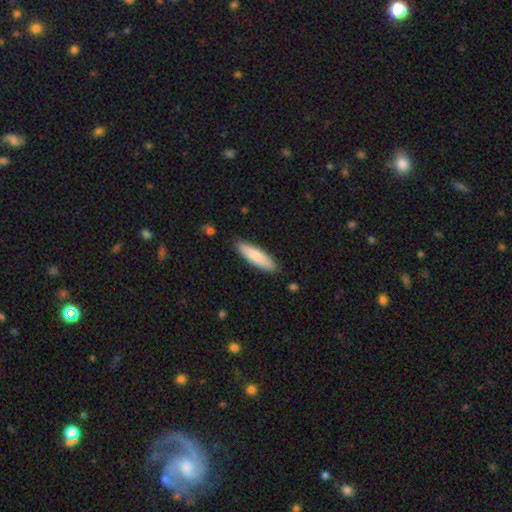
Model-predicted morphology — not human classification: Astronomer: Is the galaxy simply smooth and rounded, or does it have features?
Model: smooth — 82%.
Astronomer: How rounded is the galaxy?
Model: cigar-shaped — 63%.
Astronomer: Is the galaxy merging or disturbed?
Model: none — 88%.